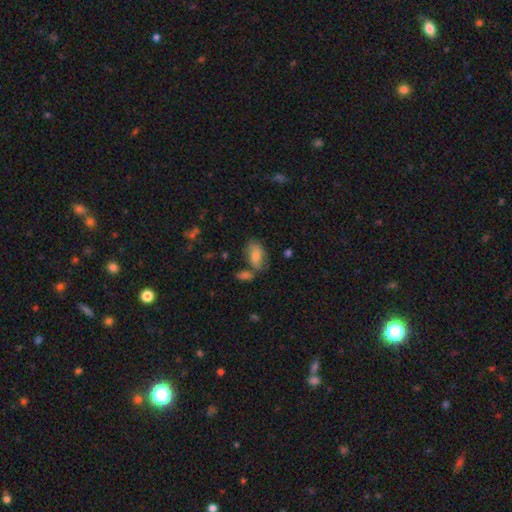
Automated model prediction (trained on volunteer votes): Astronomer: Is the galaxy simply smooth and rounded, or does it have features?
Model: smooth — 74%.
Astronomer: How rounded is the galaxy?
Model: in between — 90%.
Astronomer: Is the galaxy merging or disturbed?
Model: none — 48%.